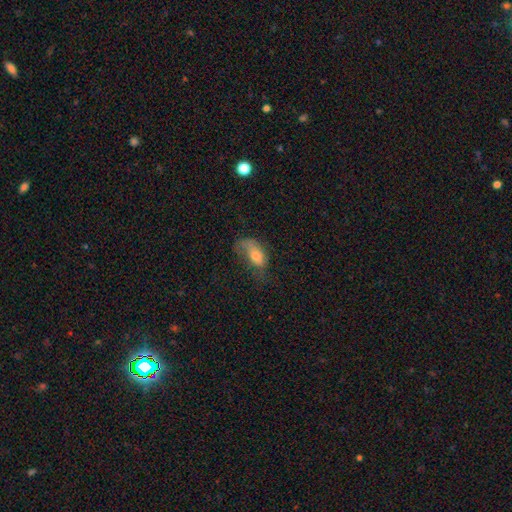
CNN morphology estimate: This is possibly a smooth galaxy (60%). How rounded: clearly in between (86%). Merging: marginally major disturbance (40%).